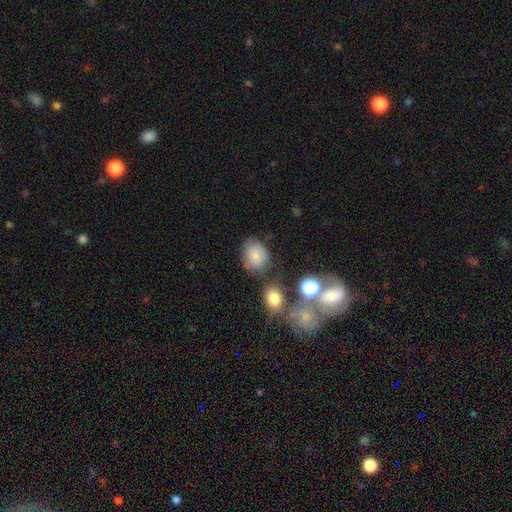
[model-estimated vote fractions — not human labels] Smooth or featured? Predicted: smooth (p=0.81). How rounded? Predicted: round (p=0.50). Merging? Predicted: none (p=0.67).